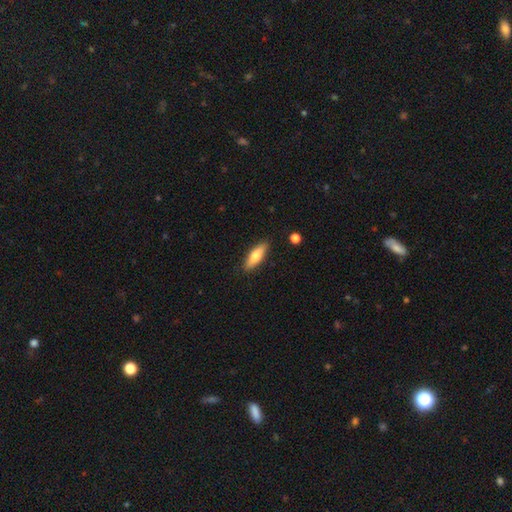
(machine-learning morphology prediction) smooth 69%, featured or disk 25%, star or artifact 6%. Down the decision tree: how rounded — in between (52%); merging — none (87%).